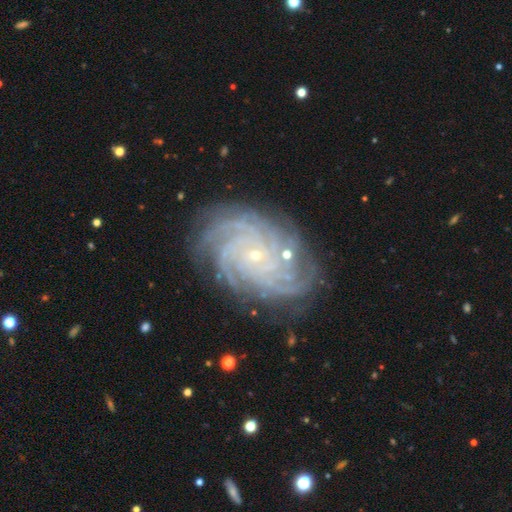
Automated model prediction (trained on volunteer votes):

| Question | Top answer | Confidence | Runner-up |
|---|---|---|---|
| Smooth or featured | featured or disk | 90% | star or artifact (6%) |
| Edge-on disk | no | 98% | yes (2%) |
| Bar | no | 76% | weak (18%) |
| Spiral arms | yes | 98% | no (2%) |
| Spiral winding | tight | 82% | medium (15%) |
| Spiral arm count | more than 4 | 40% | 4 (23%) |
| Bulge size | small | 87% | moderate (9%) |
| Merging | none | 82% | minor disturbance (12%) |